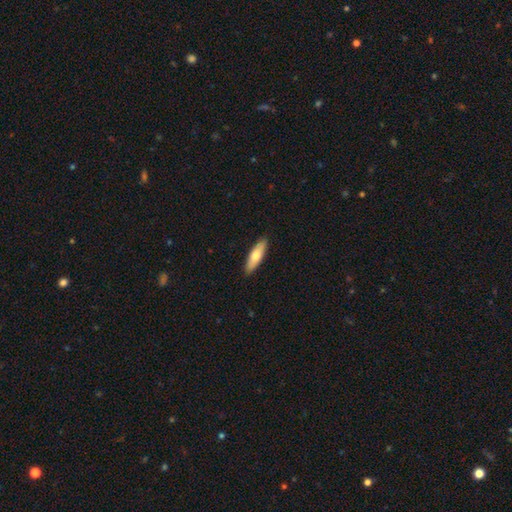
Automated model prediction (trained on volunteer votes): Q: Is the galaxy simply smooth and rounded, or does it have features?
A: smooth — 71%.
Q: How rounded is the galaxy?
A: cigar-shaped — 55%.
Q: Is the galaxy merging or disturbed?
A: none — 90%.